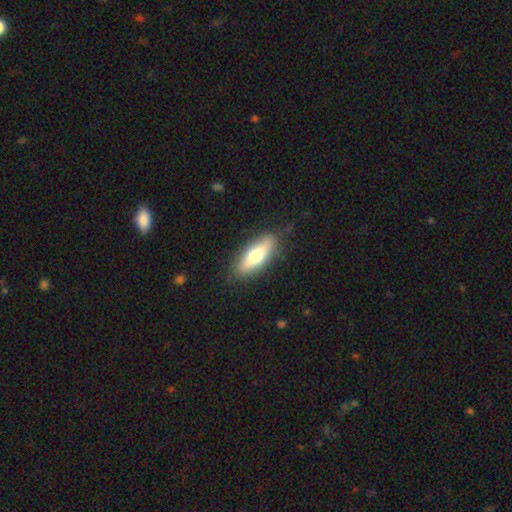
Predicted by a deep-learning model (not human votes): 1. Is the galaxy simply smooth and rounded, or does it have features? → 67% smooth, 27% featured or disk, 6% star or artifact.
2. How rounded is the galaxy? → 56% in between, 42% cigar-shaped, 2% round.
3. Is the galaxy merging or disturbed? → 83% none, 13% minor disturbance, 3% major disturbance, 1% merger.